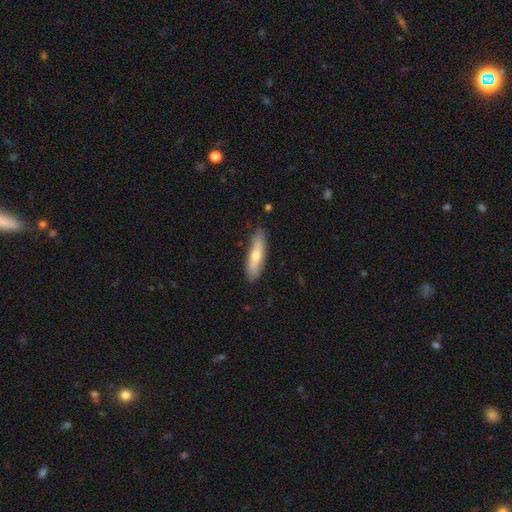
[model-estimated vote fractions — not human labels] Morphology: type=smooth (58%); roundness=cigar-shaped (71%); merging=none (85%).